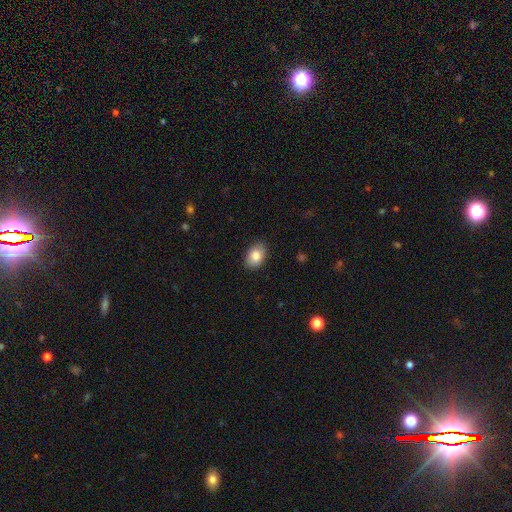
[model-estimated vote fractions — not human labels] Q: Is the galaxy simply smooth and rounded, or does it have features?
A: smooth — 85%.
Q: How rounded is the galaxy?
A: in between — 84%.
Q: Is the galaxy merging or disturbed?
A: none — 84%.